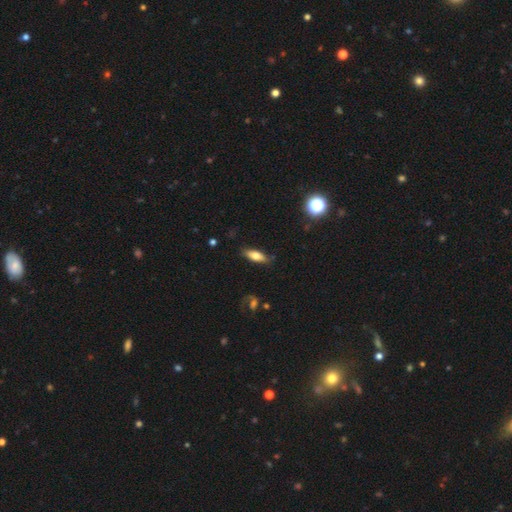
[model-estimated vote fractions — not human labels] Smooth or featured? smooth (69%)
How rounded? in between (69%)
Merging? none (79%)